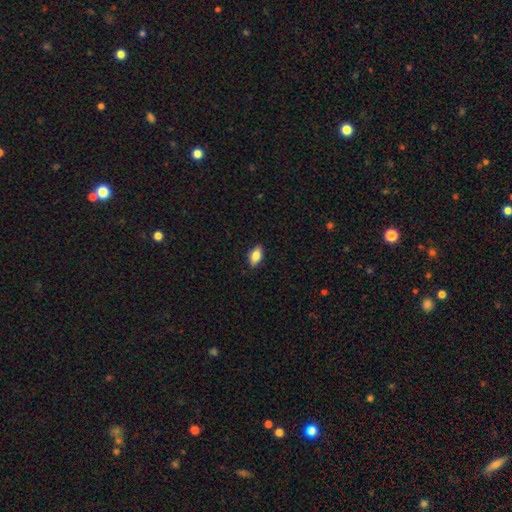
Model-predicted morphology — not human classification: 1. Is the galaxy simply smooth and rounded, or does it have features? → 78% smooth, 14% featured or disk, 7% star or artifact.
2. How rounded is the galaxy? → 87% in between, 8% cigar-shaped, 5% round.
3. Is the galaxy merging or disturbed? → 86% none, 11% minor disturbance, 2% major disturbance, 1% merger.